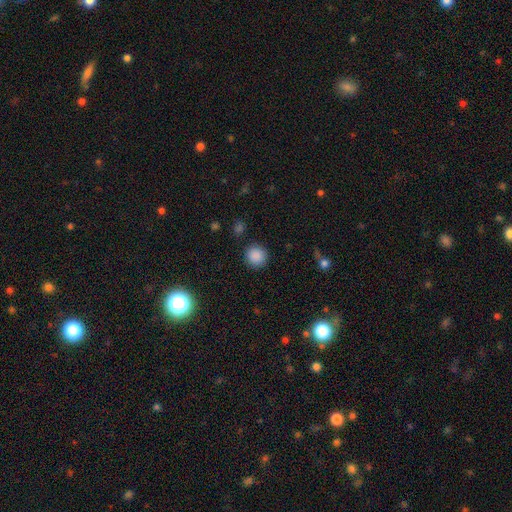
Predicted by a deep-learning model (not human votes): This is clearly a smooth galaxy (87%). How rounded: clearly round (93%). Merging: clearly none (89%).